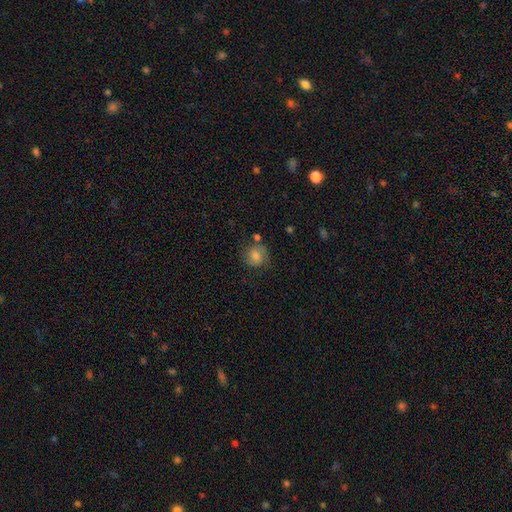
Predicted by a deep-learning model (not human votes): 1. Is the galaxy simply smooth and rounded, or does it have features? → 75% smooth, 15% featured or disk, 10% star or artifact.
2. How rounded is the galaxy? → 83% round, 16% in between, 1% cigar-shaped.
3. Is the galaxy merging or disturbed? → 69% none, 18% minor disturbance, 6% merger, 6% major disturbance.